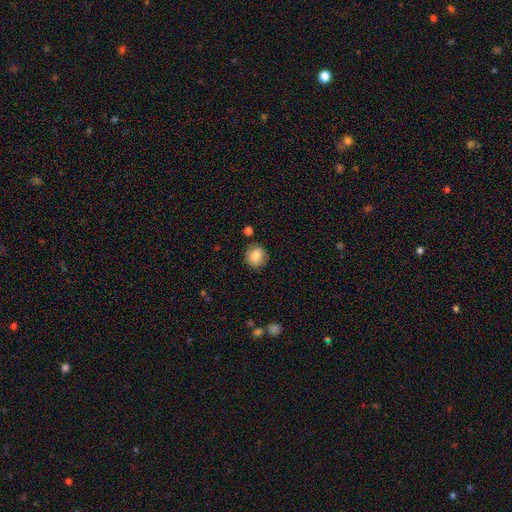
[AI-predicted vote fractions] Smooth or featured: smooth — 83% (star or artifact — 9%)
How rounded: round — 80% (in between — 19%)
Merging: none — 83% (minor disturbance — 11%)